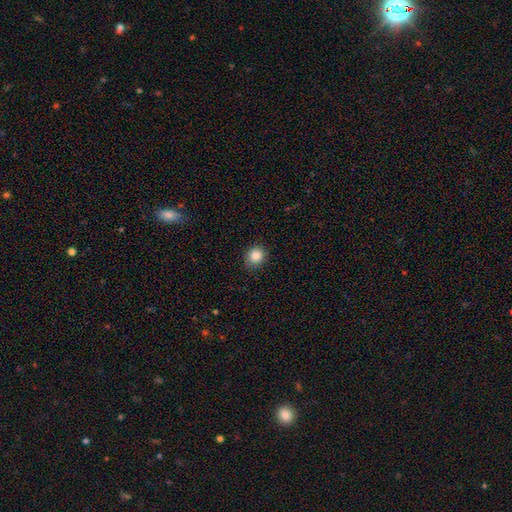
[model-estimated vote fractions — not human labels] A smooth galaxy with no disk features (86%) that is round (80%).

Vote fractions:
- Smooth or featured? smooth: 86% / star or artifact: 10% / featured or disk: 4%
- How rounded? round: 80% / in between: 19% / cigar-shaped: 1%
- Merging? none: 83% / minor disturbance: 13% / major disturbance: 3% / merger: 1%